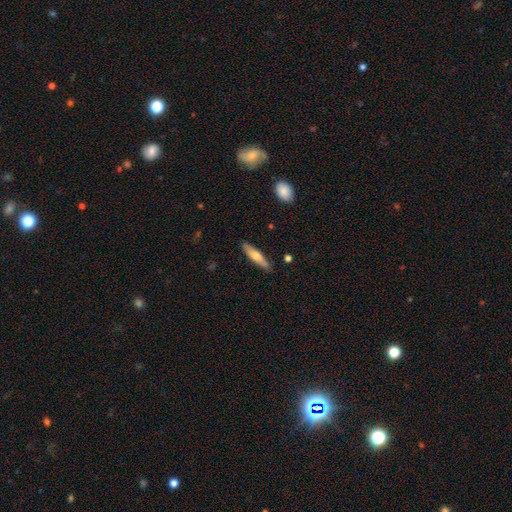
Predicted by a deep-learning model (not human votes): Q: Smooth or featured?
A: smooth (60%); runner-up: featured or disk (34%)
Q: How rounded?
A: cigar-shaped (80%); runner-up: in between (18%)
Q: Merging?
A: none (88%); runner-up: minor disturbance (9%)